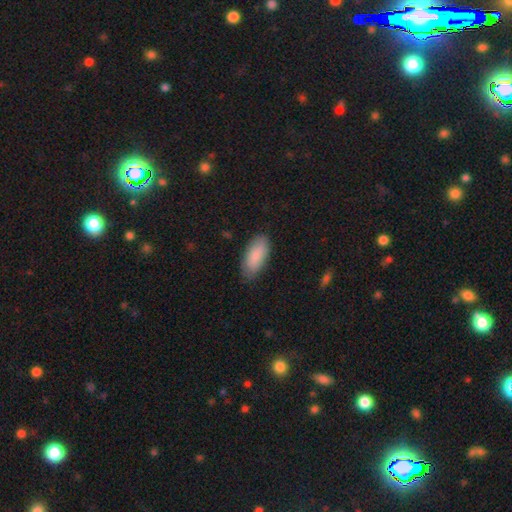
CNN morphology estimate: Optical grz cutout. It shows a smooth galaxy with no disk features (88%) that is in between round and cigar-shaped (90%). Merging: none (83%).